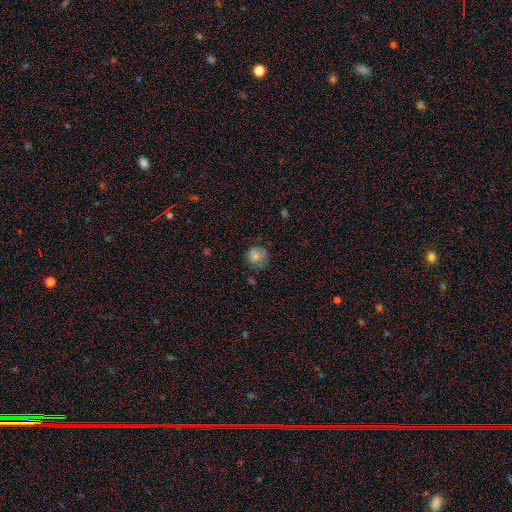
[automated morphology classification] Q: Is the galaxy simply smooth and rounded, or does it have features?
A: smooth — 76%.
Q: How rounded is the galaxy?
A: round — 85%.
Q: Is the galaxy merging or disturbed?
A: none — 65%.